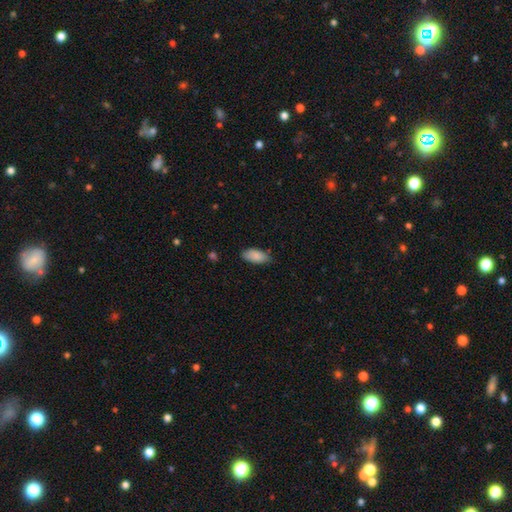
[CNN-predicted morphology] smooth-or-featured: smooth: 88% | star or artifact: 7% | featured or disk: 5%
  how-rounded: in between: 90% | cigar-shaped: 8% | round: 2%
  merging: none: 75% | minor disturbance: 20% | major disturbance: 3% | merger: 1%